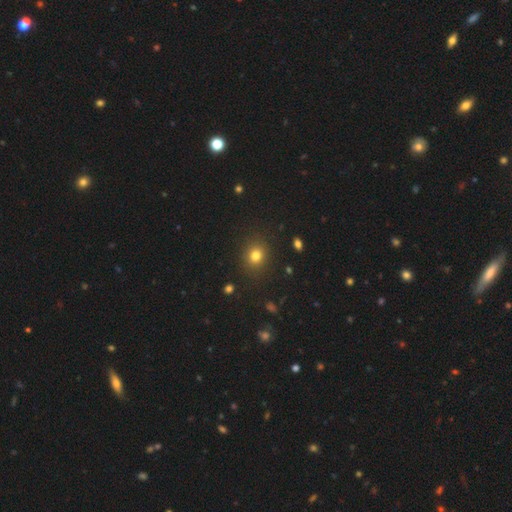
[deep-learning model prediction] A smooth galaxy with no disk features (79%) that is round (73%).

Vote fractions:
- Smooth or featured? smooth: 79% / star or artifact: 14% / featured or disk: 6%
- How rounded? round: 73% / in between: 26% / cigar-shaped: 1%
- Merging? none: 88% / minor disturbance: 8% / major disturbance: 3% / merger: 1%